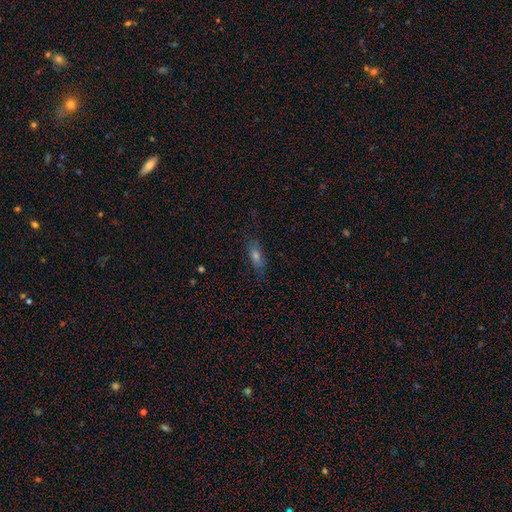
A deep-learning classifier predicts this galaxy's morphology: smooth_or_featured: smooth (p=0.56) [alt: featured or disk p=0.27]
how_rounded: in between (p=0.60) [alt: cigar-shaped p=0.34]
merging: none (p=0.80) [alt: minor disturbance p=0.15]